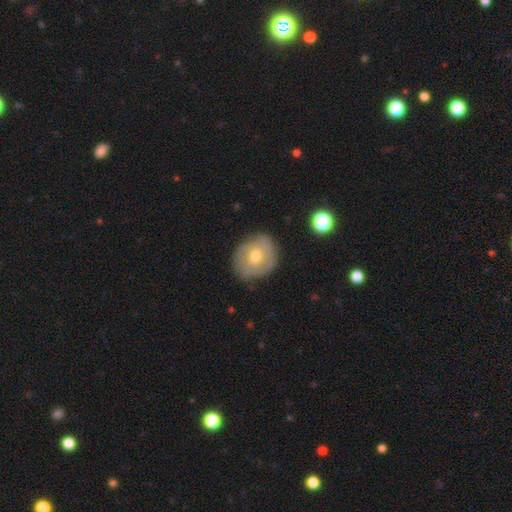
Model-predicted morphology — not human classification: Smooth or featured? Predicted: featured or disk (p=0.55). Edge-on disk? Predicted: no (p=0.96). Bar? Predicted: no (p=0.70). Spiral arms? Predicted: yes (p=0.65). Bulge size? Predicted: moderate (p=0.70). Merging? Predicted: none (p=0.76).